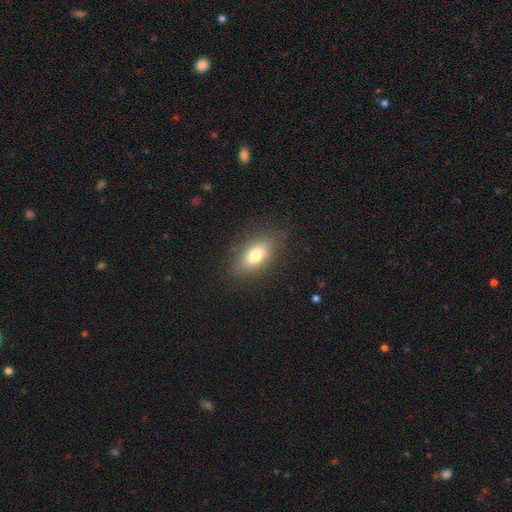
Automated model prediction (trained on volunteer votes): Q: Smooth or featured?
A: smooth (72%); runner-up: featured or disk (19%)
Q: How rounded?
A: in between (80%); runner-up: cigar-shaped (13%)
Q: Merging?
A: none (80%); runner-up: minor disturbance (15%)